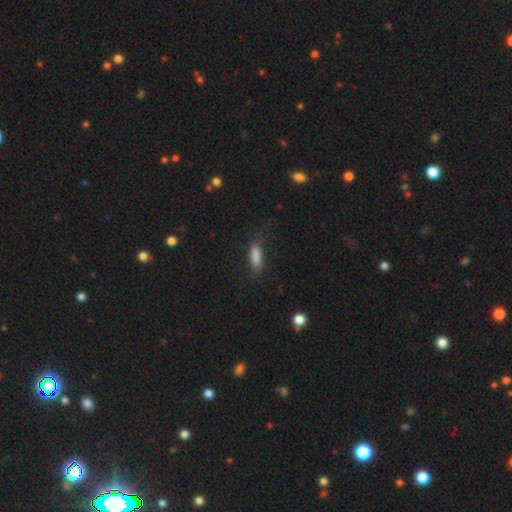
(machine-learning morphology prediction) Overall: smooth (82%). How rounded: in between (62%; cigar-shaped 35%). Merging: none (70%).